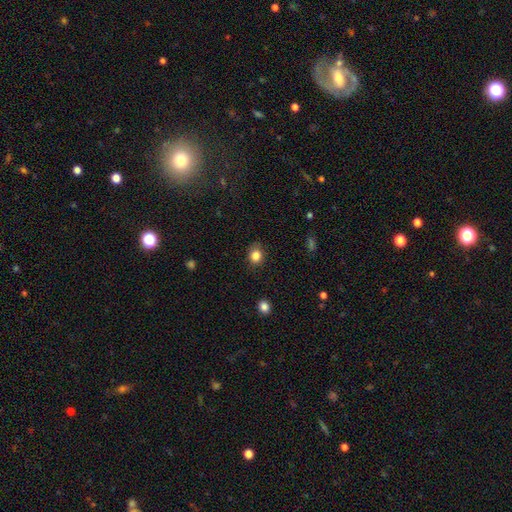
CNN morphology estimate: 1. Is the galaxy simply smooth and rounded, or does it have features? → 83% smooth, 11% star or artifact, 5% featured or disk.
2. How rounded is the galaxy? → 67% round, 32% in between, 1% cigar-shaped.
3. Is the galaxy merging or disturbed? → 80% none, 15% minor disturbance, 4% major disturbance, 1% merger.